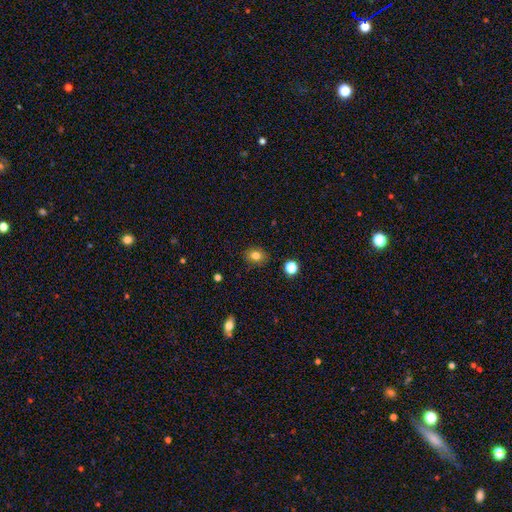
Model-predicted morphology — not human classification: smooth-or-featured: smooth: 80% | star or artifact: 12% | featured or disk: 8%
  how-rounded: in between: 50% | round: 49% | cigar-shaped: 1%
  merging: none: 85% | minor disturbance: 11% | major disturbance: 3% | merger: 2%